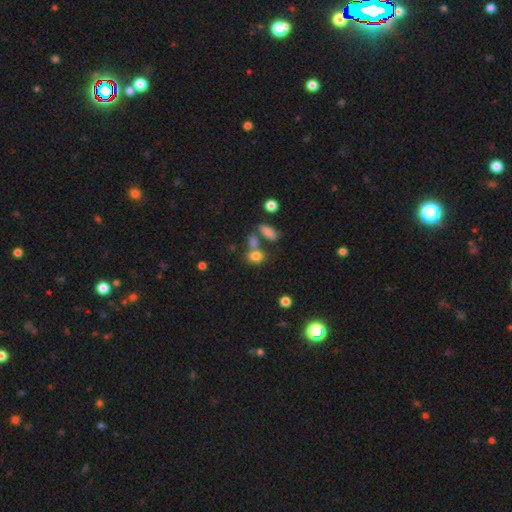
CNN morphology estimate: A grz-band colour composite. It shows a smooth galaxy with no disk features (80%) that is in between round and cigar-shaped (66%). Merging: none (50%).